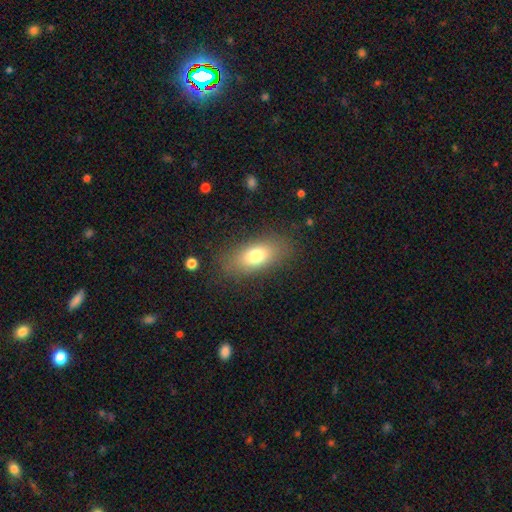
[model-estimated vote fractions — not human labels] Smooth or featured: smooth — 75% (featured or disk — 16%)
How rounded: in between — 84% (cigar-shaped — 9%)
Merging: none — 81% (minor disturbance — 12%)